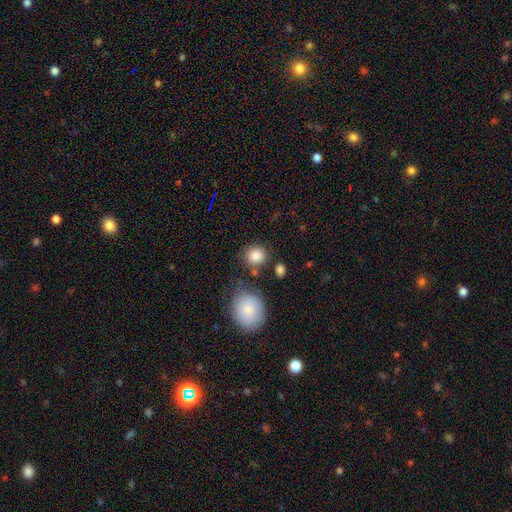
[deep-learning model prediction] Overall: smooth (85%). How rounded: round (84%). Merging: none (78%).